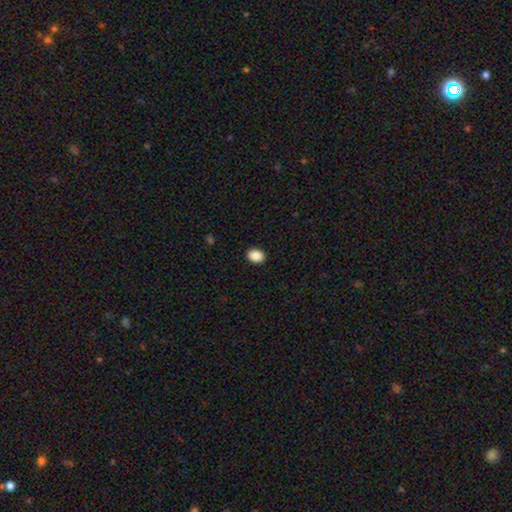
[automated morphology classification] This appears to be a smooth galaxy with no disk features (89%) that is in between round and cigar-shaped (65%). Merging: none (91%).